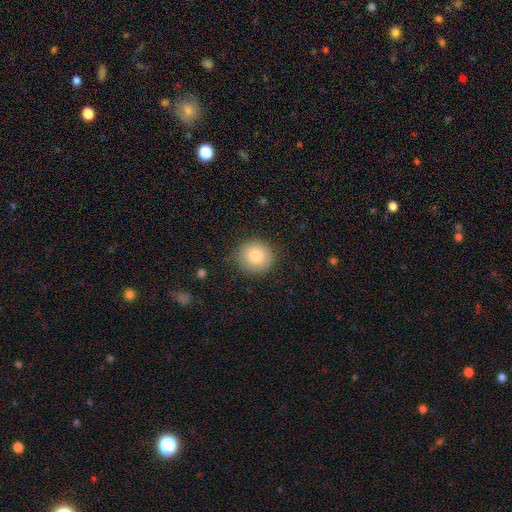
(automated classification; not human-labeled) Q: Smooth or featured?
A: smooth (82%); runner-up: featured or disk (9%)
Q: How rounded?
A: round (87%); runner-up: in between (12%)
Q: Merging?
A: none (83%); runner-up: minor disturbance (12%)